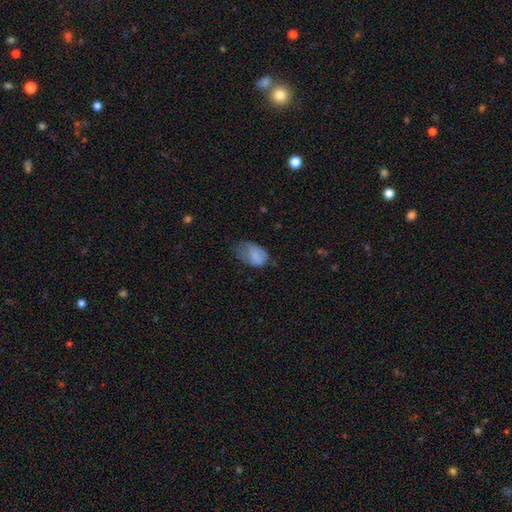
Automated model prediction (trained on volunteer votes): Overall: smooth (76%). How rounded: in between (87%). Merging: minor disturbance (42%; major disturbance 29%).